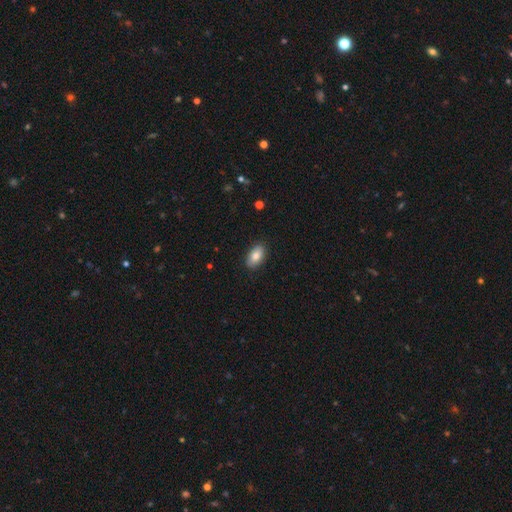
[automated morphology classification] This appears to be a smooth galaxy with no disk features (83%) that is in between round and cigar-shaped (93%). Merging: none (87%).